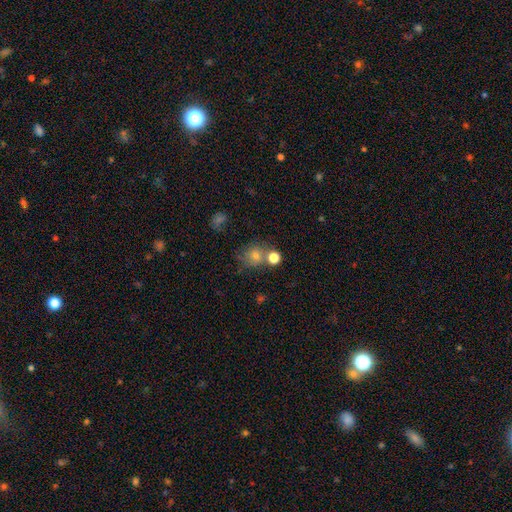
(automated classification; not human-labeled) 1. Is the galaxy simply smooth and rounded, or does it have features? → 68% smooth, 20% star or artifact, 12% featured or disk.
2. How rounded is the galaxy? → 78% round, 21% in between, 1% cigar-shaped.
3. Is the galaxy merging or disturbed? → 60% none, 21% merger, 13% minor disturbance, 6% major disturbance.